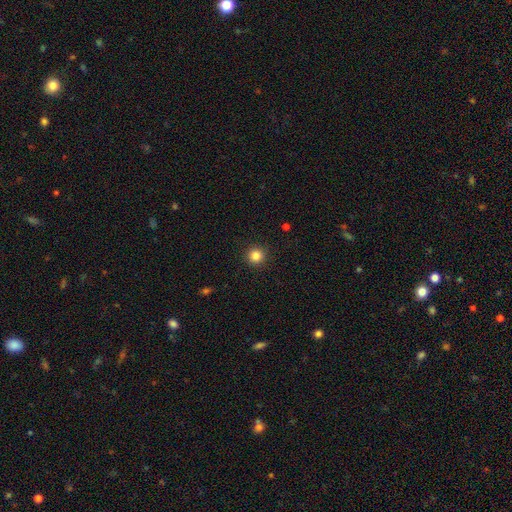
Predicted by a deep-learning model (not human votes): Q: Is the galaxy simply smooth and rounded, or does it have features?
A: smooth — 84%.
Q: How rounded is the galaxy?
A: round — 96%.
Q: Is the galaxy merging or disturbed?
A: none — 93%.